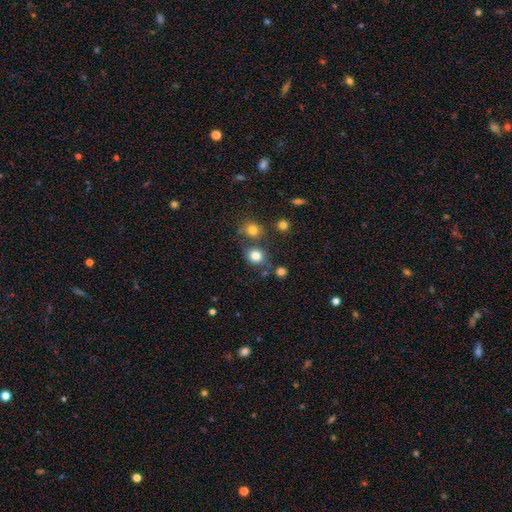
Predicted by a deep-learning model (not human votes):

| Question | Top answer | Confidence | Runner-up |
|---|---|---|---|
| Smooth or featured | smooth | 81% | star or artifact (13%) |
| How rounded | round | 77% | in between (22%) |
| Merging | none | 68% | merger (16%) |